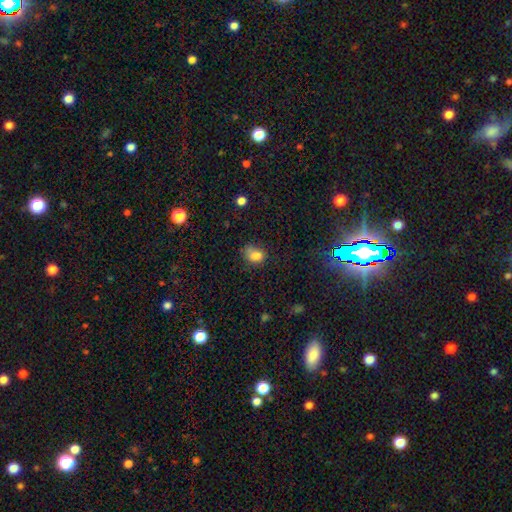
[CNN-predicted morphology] This is likely a smooth galaxy (80%). How rounded: possibly in between (56%). Merging: possibly none (52%).